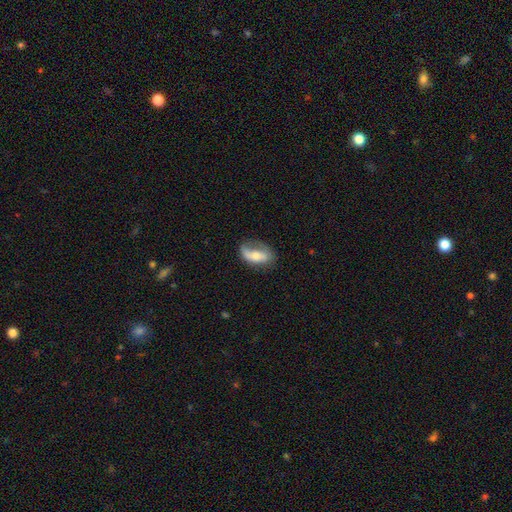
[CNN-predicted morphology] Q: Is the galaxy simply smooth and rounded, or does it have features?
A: featured or disk — 48%.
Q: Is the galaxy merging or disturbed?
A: none — 48%.